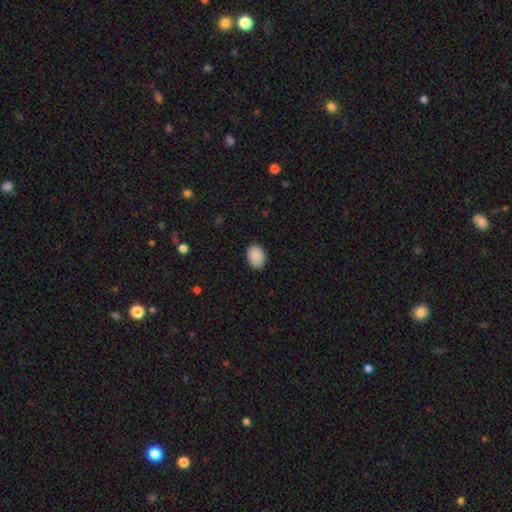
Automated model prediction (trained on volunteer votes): Overall: smooth (90%). How rounded: in between (69%; round 31%). Merging: none (86%).